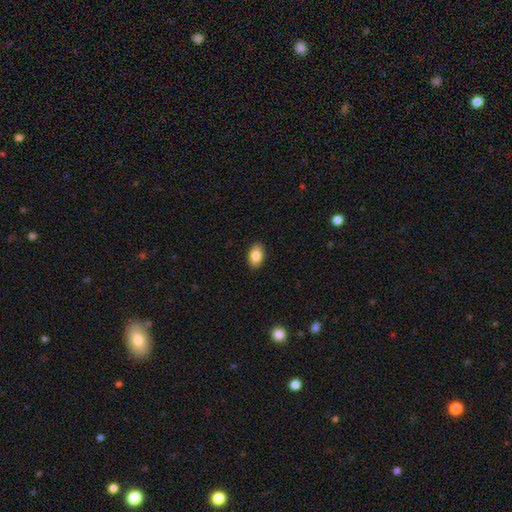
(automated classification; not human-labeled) Smooth or featured: smooth — 86% (star or artifact — 7%)
How rounded: in between — 90% (round — 9%)
Merging: none — 90% (minor disturbance — 8%)